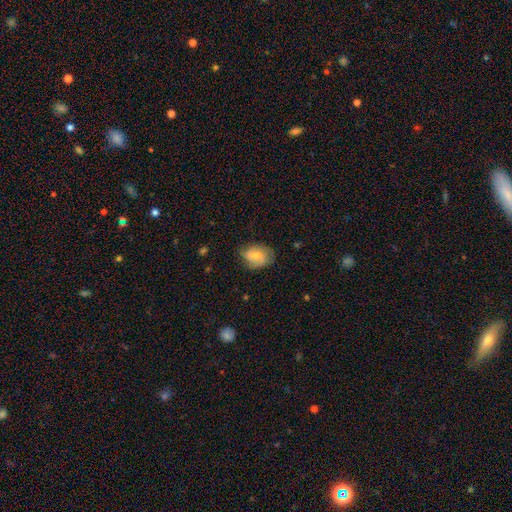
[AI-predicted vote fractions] A smooth galaxy with no disk features (49%). Merging: none (63%).